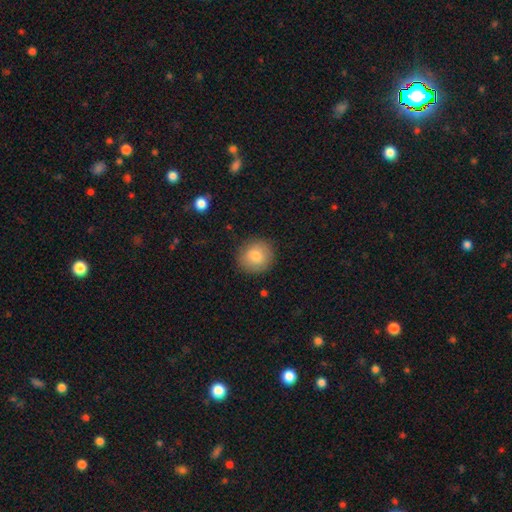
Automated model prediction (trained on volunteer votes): smooth-or-featured: smooth: 82% | featured or disk: 9% | star or artifact: 8%
  how-rounded: round: 87% | in between: 12% | cigar-shaped: 1%
  merging: none: 87% | minor disturbance: 9% | major disturbance: 3% | merger: 1%